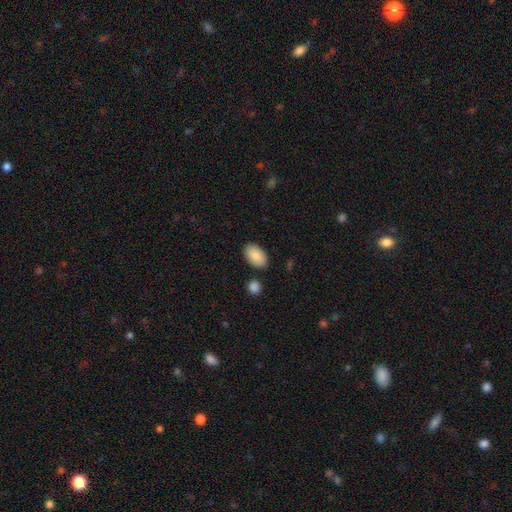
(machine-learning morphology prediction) Q: Smooth or featured?
A: smooth (87%); runner-up: featured or disk (7%)
Q: How rounded?
A: in between (94%); runner-up: round (5%)
Q: Merging?
A: none (85%); runner-up: minor disturbance (9%)